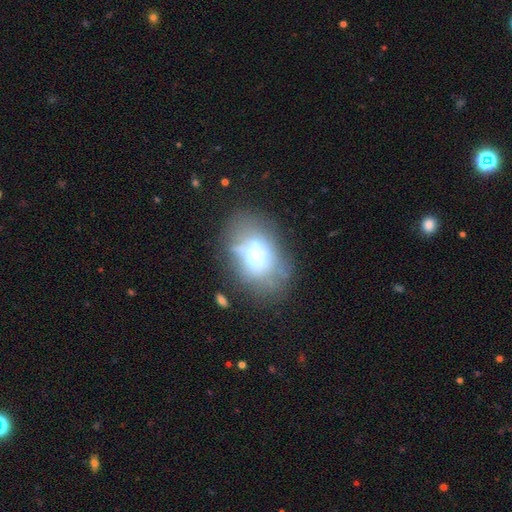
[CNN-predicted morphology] This is possibly a smooth galaxy (49%). Merging: marginally none (41%).